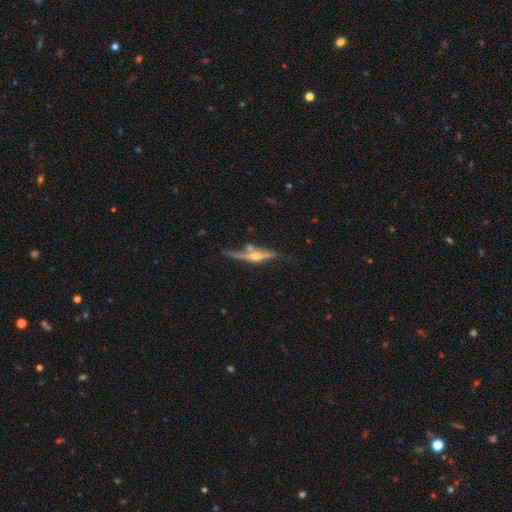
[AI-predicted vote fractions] A featured or disk galaxy (79%) viewed edge-on (91%) with a rounded central bulge (93%). Merging: none (56%).